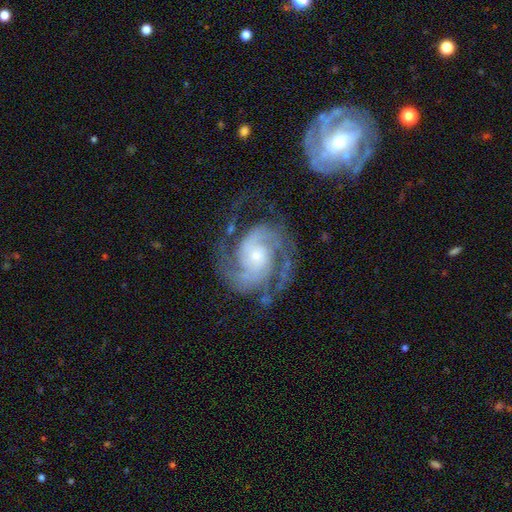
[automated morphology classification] This is clearly a featured or disk galaxy (93%). It is clearly not viewed edge-on (98%). Bar: likely no (65%). Spiral arm pattern: clearly yes (98%). Spiral arm count: clearly 2 (81%). Spiral winding: possibly medium (47%). Central bulge: likely small (64%). Merging: likely none (71%).